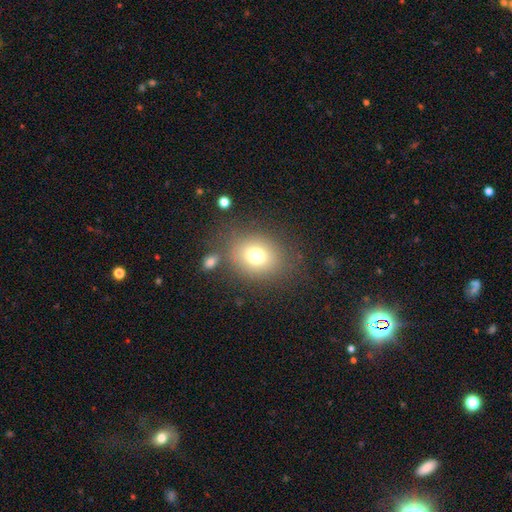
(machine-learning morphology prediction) type=smooth (74%); roundness=round (61%); merging=none (76%).